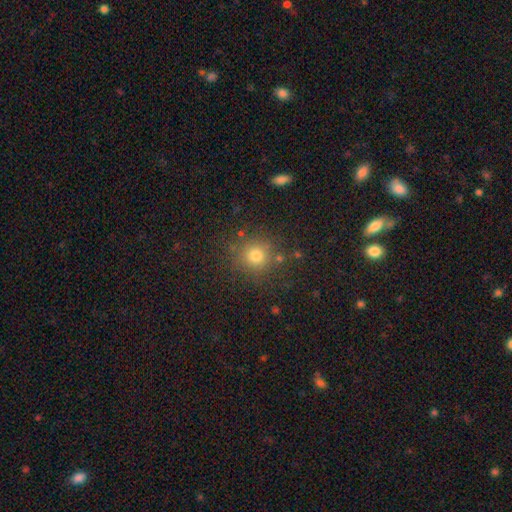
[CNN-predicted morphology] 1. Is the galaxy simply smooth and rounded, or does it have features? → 76% smooth, 17% star or artifact, 7% featured or disk.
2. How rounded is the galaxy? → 92% round, 7% in between, 1% cigar-shaped.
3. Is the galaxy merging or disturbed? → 83% none, 10% minor disturbance, 4% merger, 4% major disturbance.